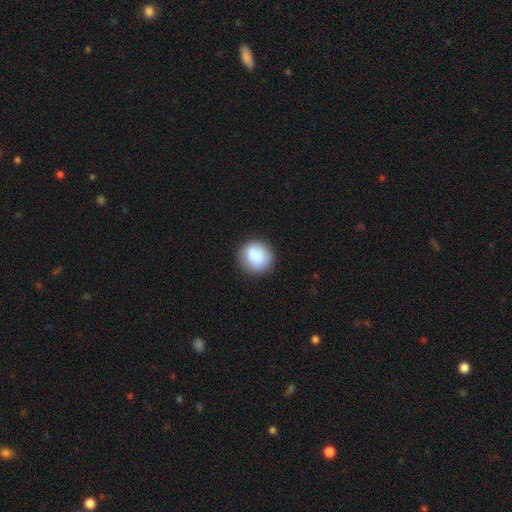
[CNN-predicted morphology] smooth_or_featured: smooth (p=0.85) [alt: star or artifact p=0.08]
how_rounded: round (p=0.85) [alt: in between p=0.14]
merging: none (p=0.82) [alt: minor disturbance p=0.13]